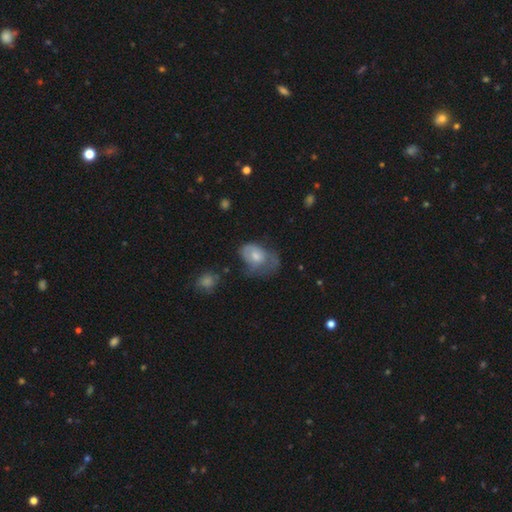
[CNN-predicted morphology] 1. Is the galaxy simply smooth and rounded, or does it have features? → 56% smooth, 36% featured or disk, 8% star or artifact.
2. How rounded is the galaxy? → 76% in between, 23% round, 1% cigar-shaped.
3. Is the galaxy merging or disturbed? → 44% major disturbance, 29% minor disturbance, 23% none, 4% merger.